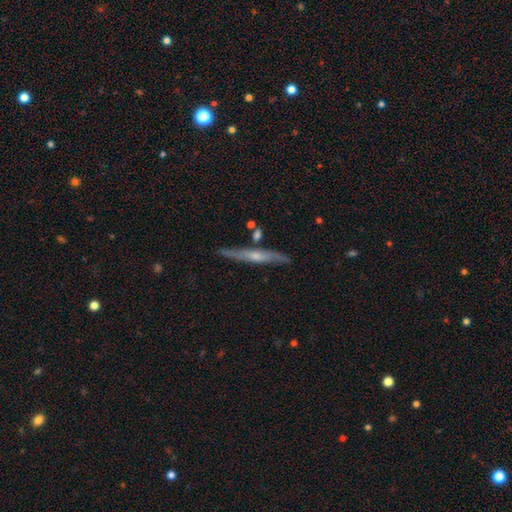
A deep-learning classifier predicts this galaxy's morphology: A featured or disk galaxy (66%) viewed edge-on (94%) with a rounded central bulge (65%). Merging: none (82%).